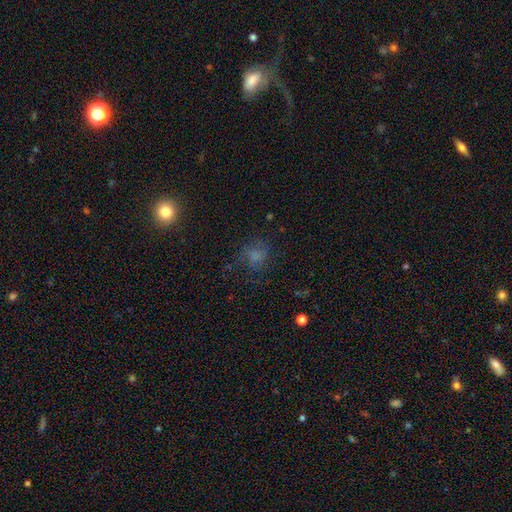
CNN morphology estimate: Smooth or featured?
  - smooth: 60% *
  - star or artifact: 21%
  - featured or disk: 19%
How rounded?
  - round: 65% *
  - in between: 34%
  - cigar-shaped: 1%
Merging?
  - none: 58% *
  - minor disturbance: 21%
  - major disturbance: 19%
  - merger: 2%